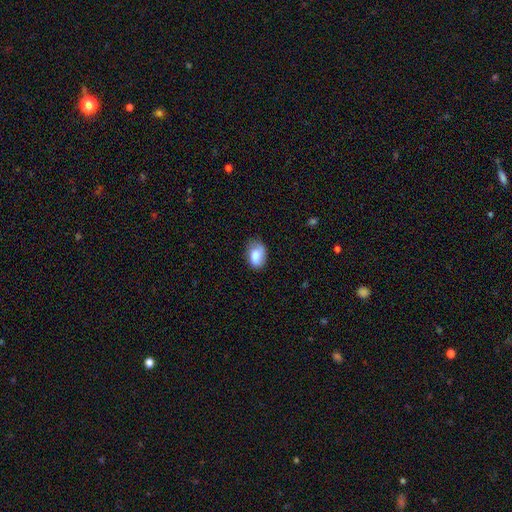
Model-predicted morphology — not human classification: This appears to be a smooth galaxy with no disk features (75%) that is in between round and cigar-shaped (83%). Merging: none (62%).